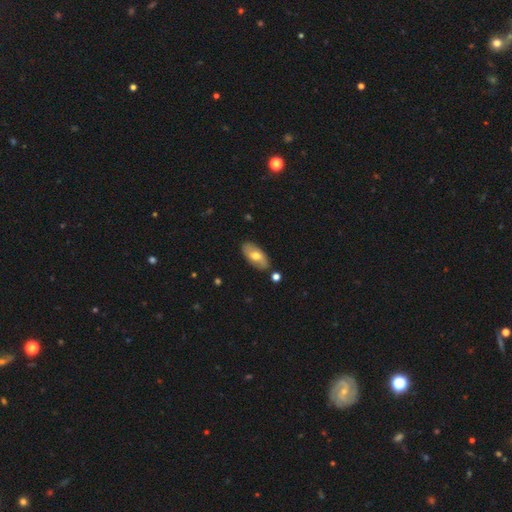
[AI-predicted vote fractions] This is possibly a smooth galaxy (56%). How rounded: clearly in between (92%). Merging: clearly none (83%).